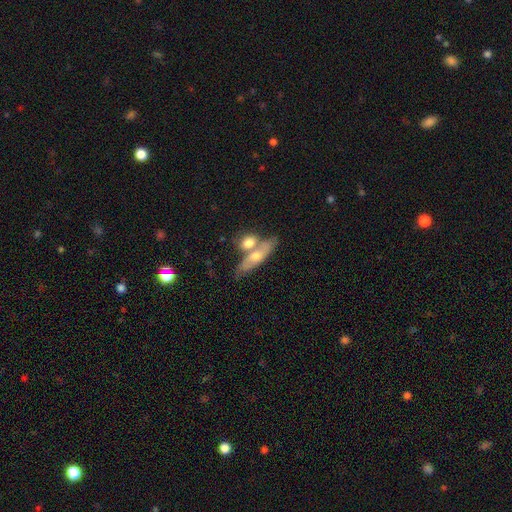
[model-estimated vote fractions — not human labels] Smooth or featured? smooth (48%)
Merging? none (44%)